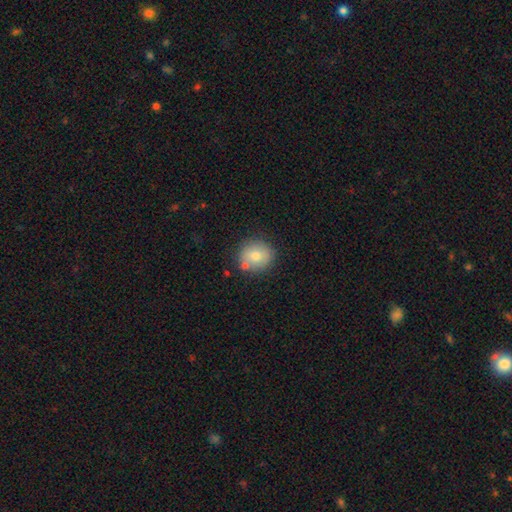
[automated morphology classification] This appears to be a smooth galaxy with no disk features (77%) that is round (85%). Merging: none (77%).